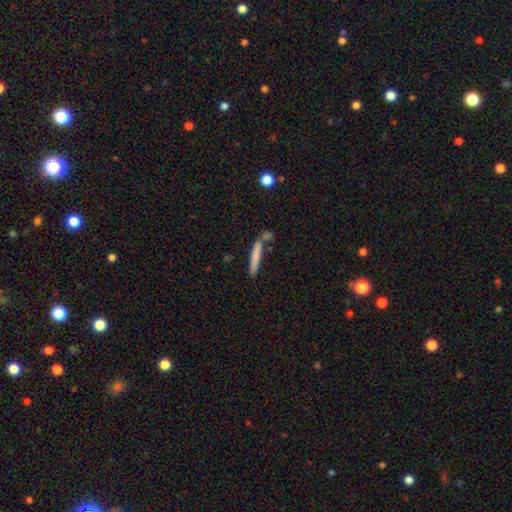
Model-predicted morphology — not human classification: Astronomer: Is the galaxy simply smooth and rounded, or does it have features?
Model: smooth — 73%.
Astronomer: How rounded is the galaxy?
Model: cigar-shaped — 94%.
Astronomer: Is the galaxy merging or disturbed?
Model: none — 72%.